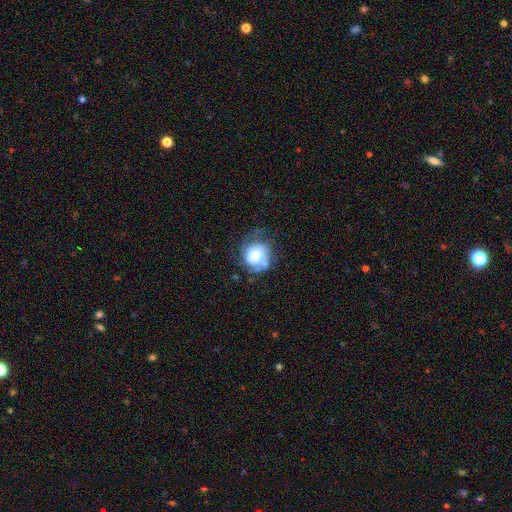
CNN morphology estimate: smooth_or_featured: featured or disk (p=0.52) [alt: smooth p=0.39]
disk_edge_on: no (p=0.97) [alt: yes p=0.03]
bar: no (p=0.78) [alt: weak p=0.18]
has_spiral_arms: yes (p=0.78) [alt: no p=0.22]
bulge_size: moderate (p=0.38) [alt: small p=0.33]
merging: none (p=0.49) [alt: minor disturbance p=0.27]